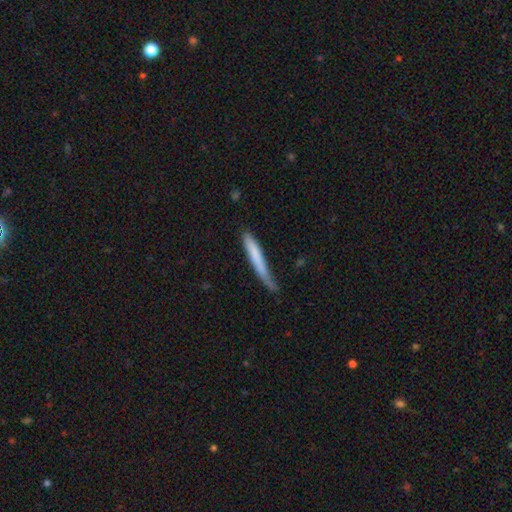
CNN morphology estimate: smooth_or_featured: smooth (p=0.71) [alt: featured or disk p=0.23]
how_rounded: cigar-shaped (p=0.95) [alt: in between p=0.04]
merging: none (p=0.57) [alt: minor disturbance p=0.30]